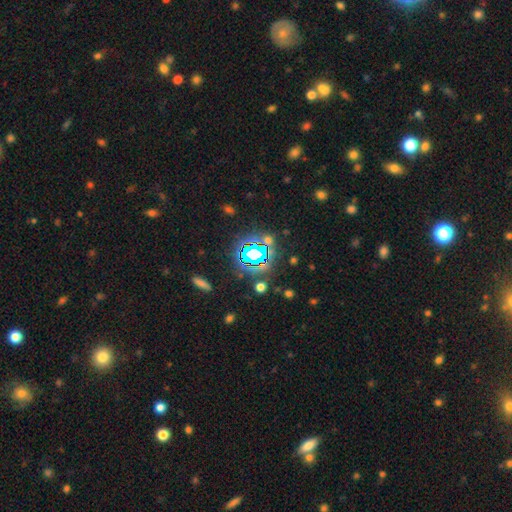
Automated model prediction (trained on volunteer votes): This is likely a star or artifact rather than a galaxy (68%).